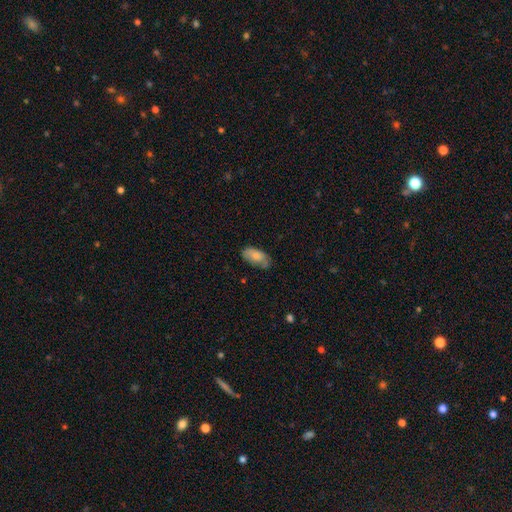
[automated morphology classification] A smooth galaxy with no disk features (74%) that is in between round and cigar-shaped (92%). Merging: none (62%).